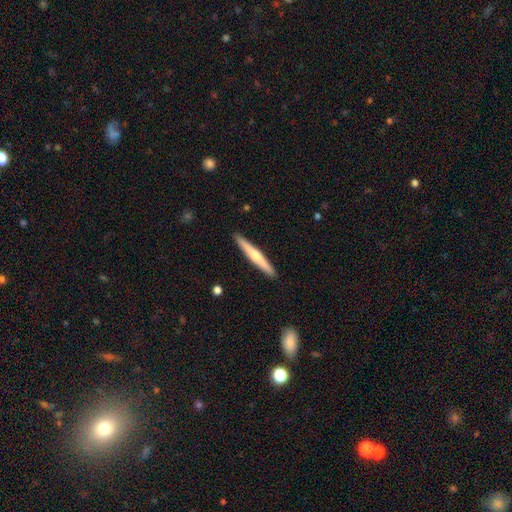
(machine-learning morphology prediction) Smooth or featured? Predicted: featured or disk (p=0.50). Merging? Predicted: none (p=0.91).